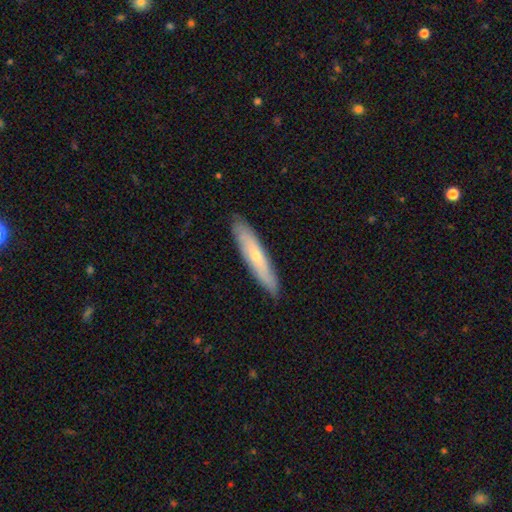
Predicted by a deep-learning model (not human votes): smooth 51%, featured or disk 43%, star or artifact 6%. Down the decision tree: how rounded — cigar-shaped (88%); merging — none (87%).